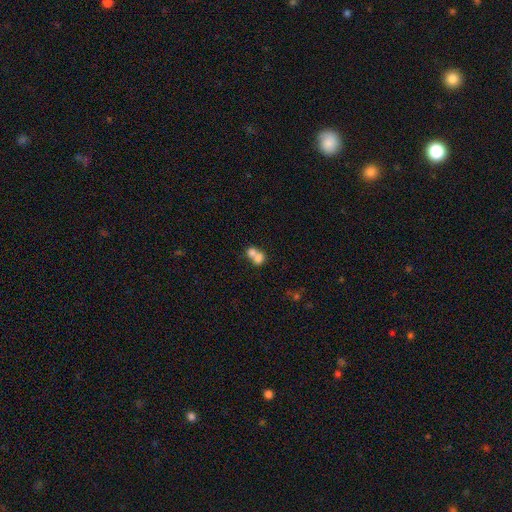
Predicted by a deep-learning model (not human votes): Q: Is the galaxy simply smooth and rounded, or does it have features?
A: smooth — 72%.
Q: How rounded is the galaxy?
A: round — 53%.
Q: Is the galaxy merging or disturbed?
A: merger — 72%.